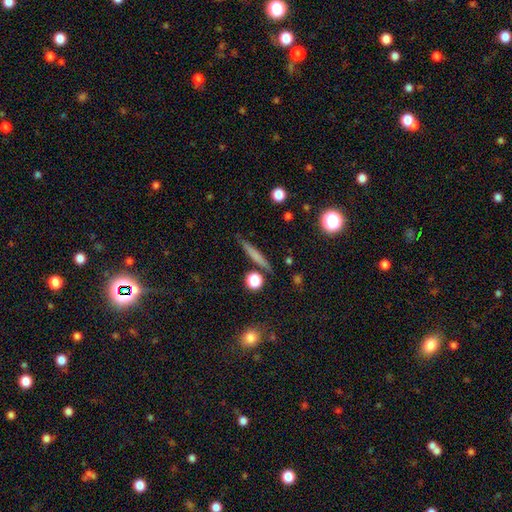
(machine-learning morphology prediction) Smooth or featured?
  - smooth: 60% *
  - featured or disk: 30%
  - star or artifact: 9%
How rounded?
  - cigar-shaped: 89% *
  - in between: 6%
  - round: 5%
Merging?
  - none: 85% *
  - minor disturbance: 10%
  - merger: 3%
  - major disturbance: 2%